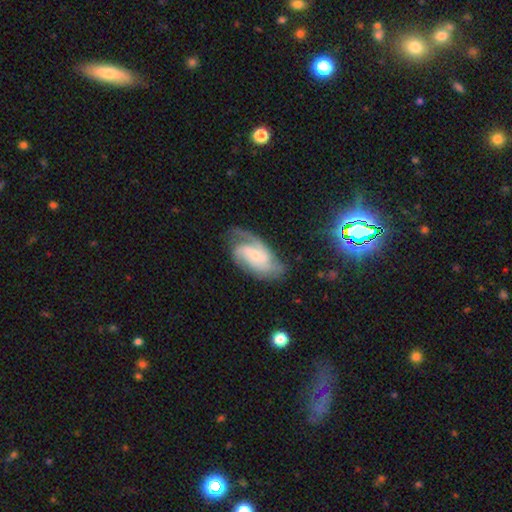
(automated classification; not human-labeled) Smooth or featured: featured or disk — 83% (smooth — 12%)
Edge-on disk: no — 96% (yes — 4%)
Bar: no — 45% (weak — 41%)
Spiral arms: yes — 96% (no — 4%)
Spiral winding: medium — 48% (tight — 37%)
Spiral arm count: 2 — 42% (3 — 28%)
Bulge size: small — 66% (moderate — 23%)
Merging: none — 63% (minor disturbance — 22%)